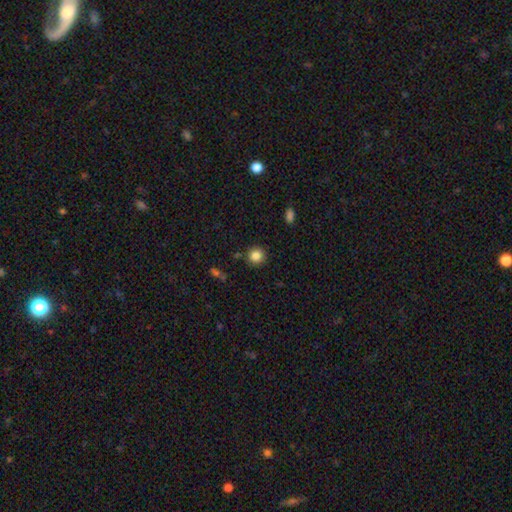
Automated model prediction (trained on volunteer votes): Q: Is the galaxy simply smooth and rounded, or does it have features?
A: smooth — 84%.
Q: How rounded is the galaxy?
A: round — 93%.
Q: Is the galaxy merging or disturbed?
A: none — 88%.